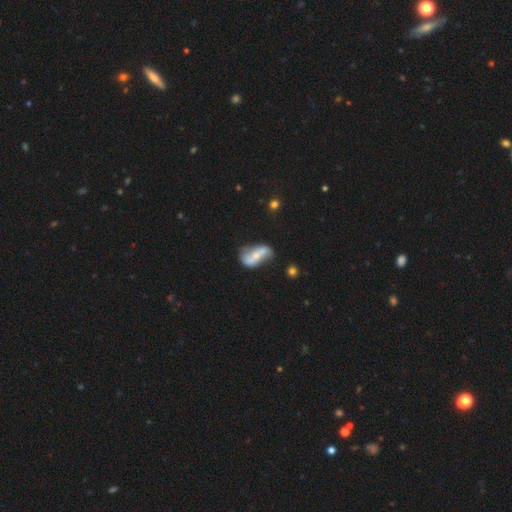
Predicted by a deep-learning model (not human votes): Smooth or featured: featured or disk — 65% (smooth — 29%)
Edge-on disk: no — 91% (yes — 9%)
Bar: no — 39% (strong — 34%)
Spiral arms: yes — 71% (no — 29%)
Bulge size: small — 51% (moderate — 34%)
Merging: none — 48% (minor disturbance — 24%)